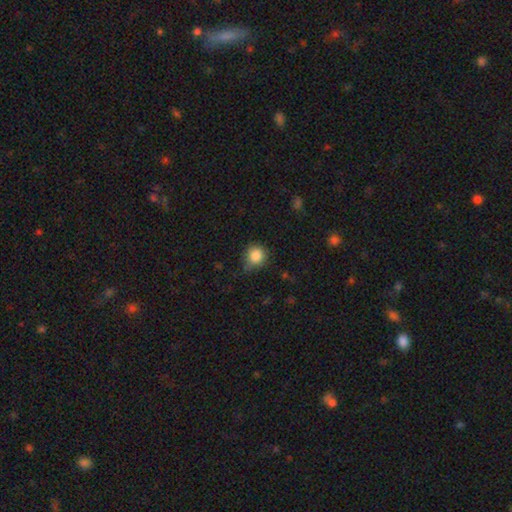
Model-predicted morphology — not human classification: Smooth or featured: smooth — 85% (star or artifact — 10%)
How rounded: round — 89% (in between — 10%)
Merging: none — 66% (minor disturbance — 27%)